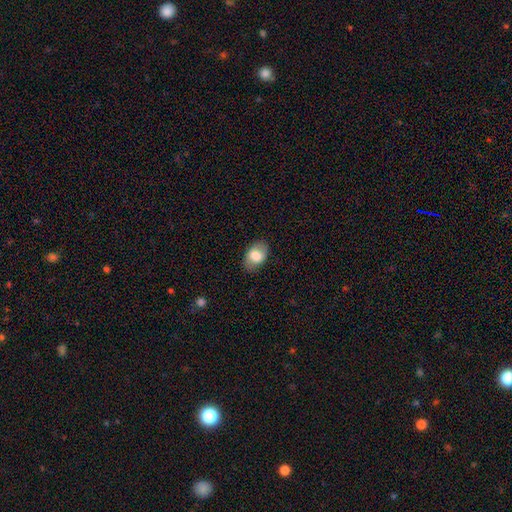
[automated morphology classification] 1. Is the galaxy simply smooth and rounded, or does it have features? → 76% smooth, 18% featured or disk, 7% star or artifact.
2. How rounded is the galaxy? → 88% in between, 10% round, 1% cigar-shaped.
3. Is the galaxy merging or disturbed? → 84% none, 12% minor disturbance, 3% major disturbance, 1% merger.